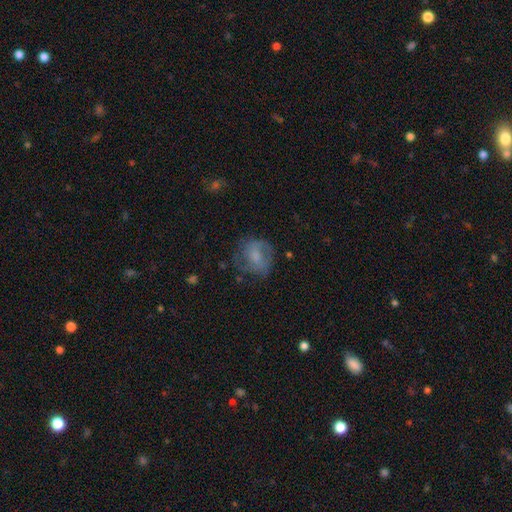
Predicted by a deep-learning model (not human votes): This appears to be a smooth galaxy with no disk features (47%). Merging: none (58%).